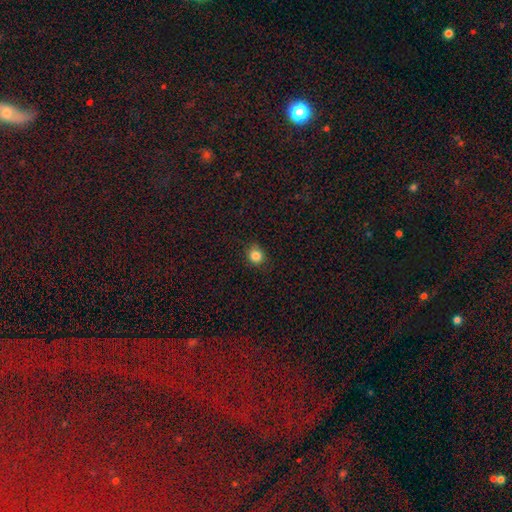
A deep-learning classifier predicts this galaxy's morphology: Smooth or featured?
  - smooth: 84% *
  - star or artifact: 12%
  - featured or disk: 4%
How rounded?
  - round: 80% *
  - in between: 19%
  - cigar-shaped: 1%
Merging?
  - none: 82% *
  - minor disturbance: 14%
  - major disturbance: 3%
  - merger: 1%